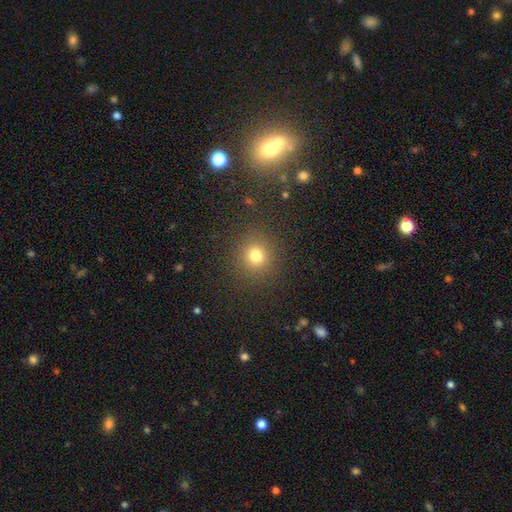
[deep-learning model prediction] This appears to be a smooth galaxy with no disk features (76%) that is round (91%). Merging: none (89%).